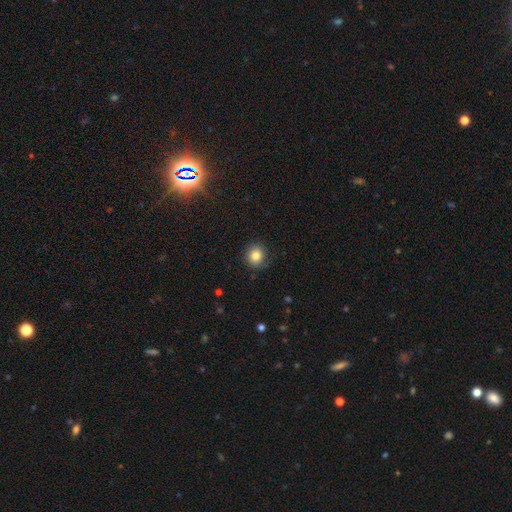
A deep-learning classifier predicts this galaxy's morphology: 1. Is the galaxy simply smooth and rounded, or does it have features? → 85% smooth, 10% star or artifact, 6% featured or disk.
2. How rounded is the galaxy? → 84% round, 15% in between, 1% cigar-shaped.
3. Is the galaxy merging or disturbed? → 85% none, 11% minor disturbance, 3% major disturbance, 1% merger.